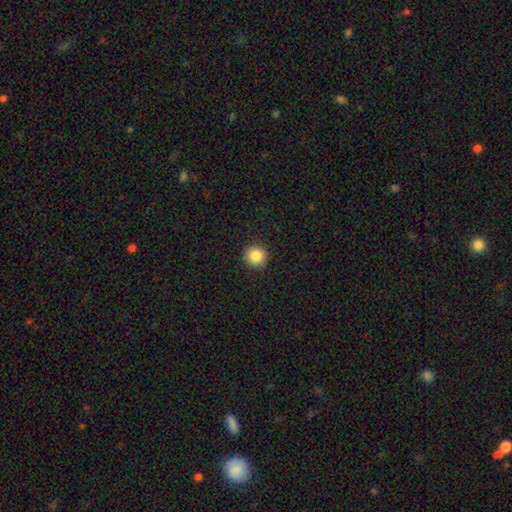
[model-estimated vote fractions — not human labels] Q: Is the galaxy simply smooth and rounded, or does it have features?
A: smooth — 86%.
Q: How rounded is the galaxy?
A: round — 95%.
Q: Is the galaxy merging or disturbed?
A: none — 92%.